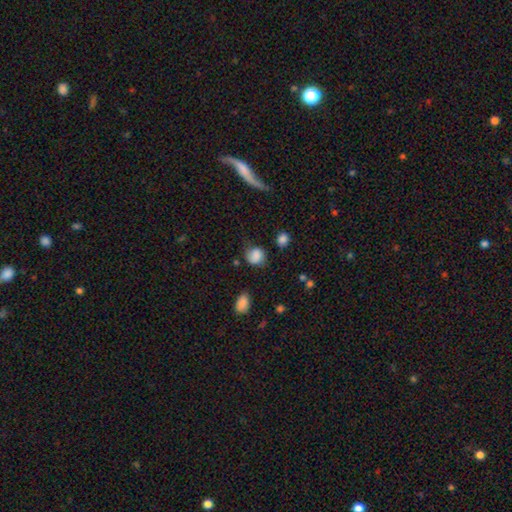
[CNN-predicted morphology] smooth 78%, featured or disk 12%, star or artifact 10%. Down the decision tree: how rounded — round (73%); merging — none (61%).